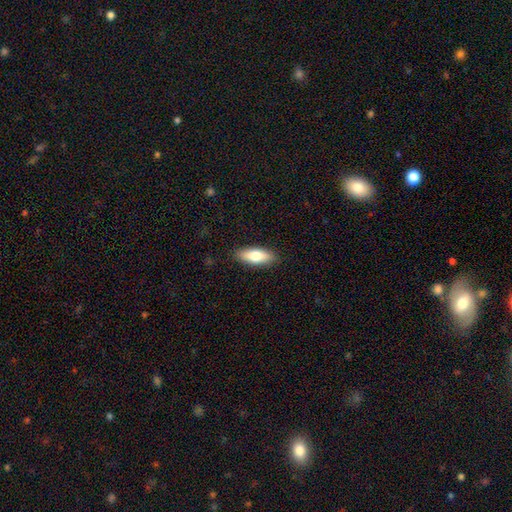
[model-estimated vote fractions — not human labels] Smooth or featured? Predicted: smooth (p=0.78). How rounded? Predicted: in between (p=0.70). Merging? Predicted: none (p=0.88).